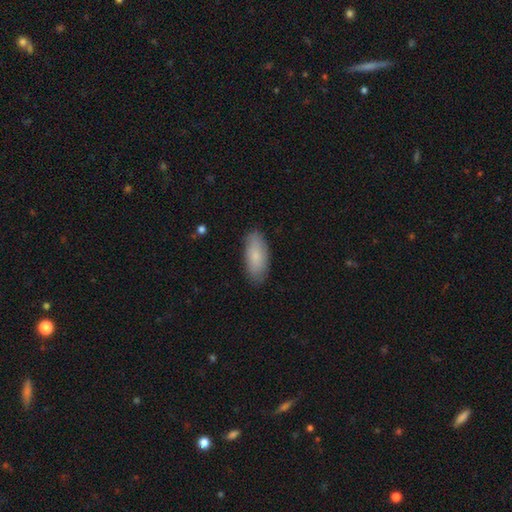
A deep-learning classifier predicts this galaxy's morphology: Smooth or featured? smooth (81%)
How rounded? in between (83%)
Merging? none (85%)